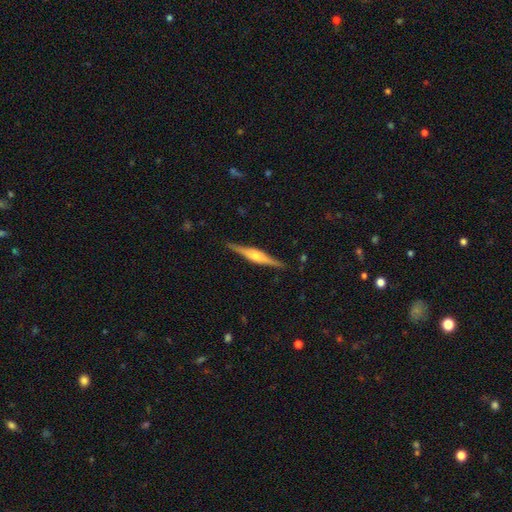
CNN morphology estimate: smooth_or_featured: featured or disk (p=0.78) [alt: smooth p=0.17]
disk_edge_on: yes (p=0.98) [alt: no p=0.02]
edge_on_bulge: rounded (p=0.80) [alt: boxy p=0.16]
merging: none (p=0.90) [alt: minor disturbance p=0.08]